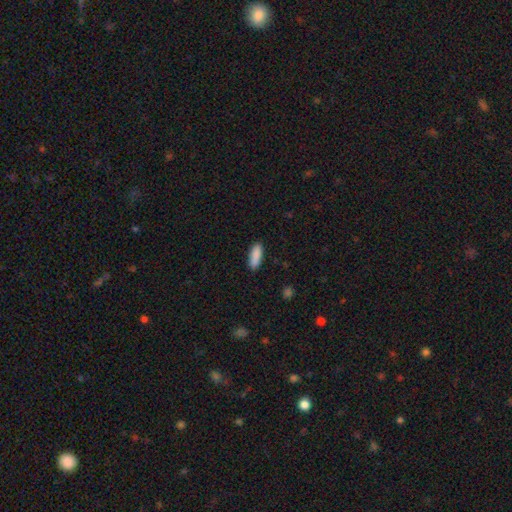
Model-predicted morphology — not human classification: This appears to be a smooth galaxy with no disk features (89%) that is in between round and cigar-shaped (65%). Merging: none (87%).